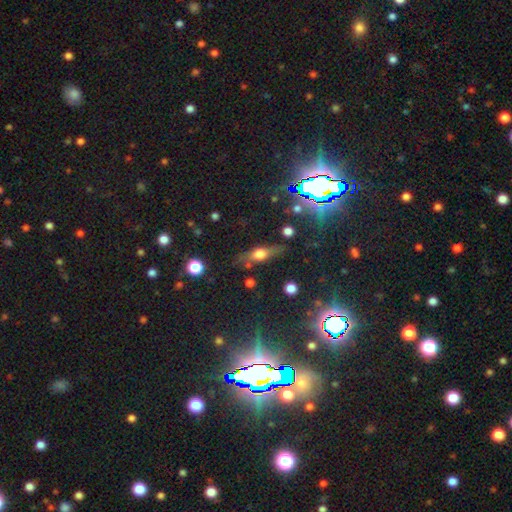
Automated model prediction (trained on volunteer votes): Q: Smooth or featured?
A: featured or disk (39%); tied with: smooth (39%)
Q: Merging?
A: none (77%); runner-up: minor disturbance (15%)